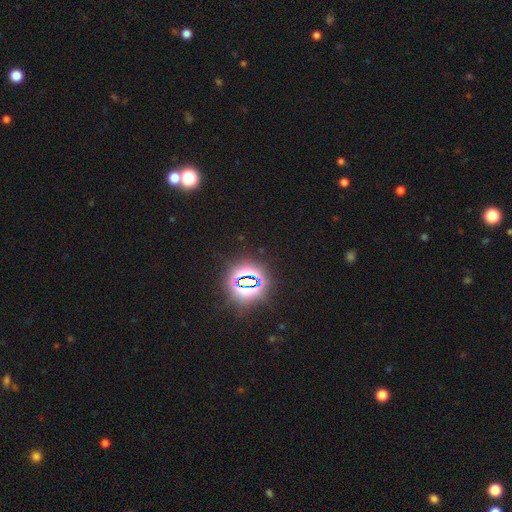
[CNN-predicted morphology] smooth-or-featured: star or artifact: 77% | smooth: 16% | featured or disk: 7%